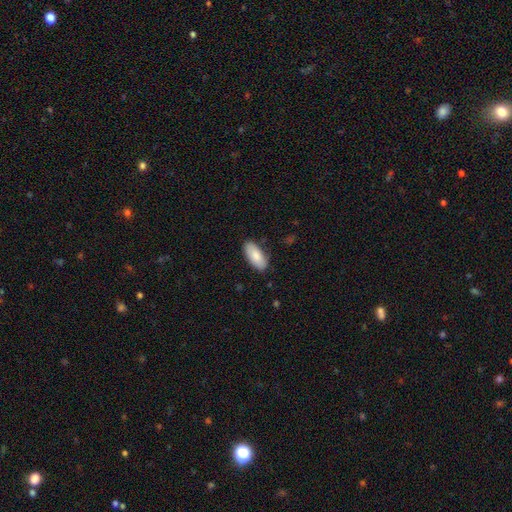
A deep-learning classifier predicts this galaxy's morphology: Smooth or featured? smooth (85%)
How rounded? in between (90%)
Merging? none (83%)